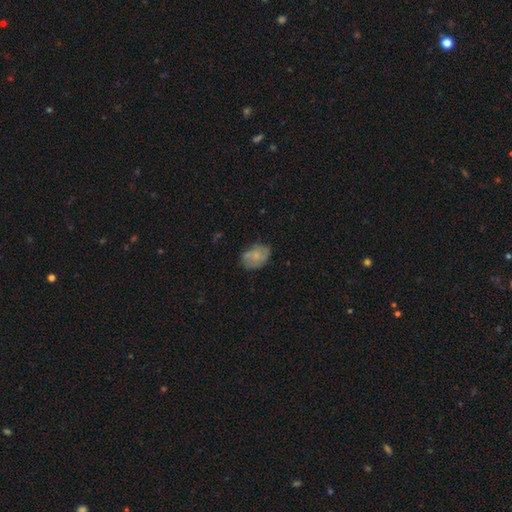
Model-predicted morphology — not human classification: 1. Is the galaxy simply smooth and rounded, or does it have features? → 58% smooth, 34% featured or disk, 9% star or artifact.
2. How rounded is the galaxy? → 74% in between, 25% round, 1% cigar-shaped.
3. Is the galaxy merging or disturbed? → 63% none, 26% minor disturbance, 8% major disturbance, 2% merger.